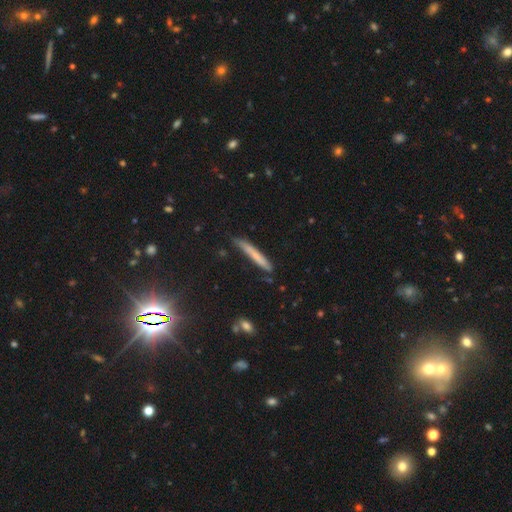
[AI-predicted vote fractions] Smooth or featured? Predicted: smooth (p=0.63). How rounded? Predicted: cigar-shaped (p=0.95). Merging? Predicted: none (p=0.74).